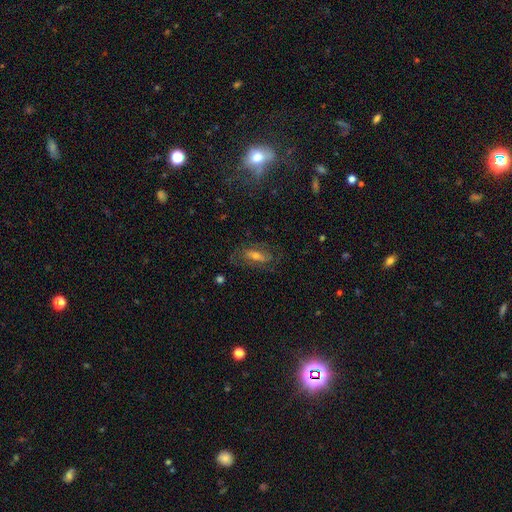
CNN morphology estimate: type=featured or disk (57%); edge-on=no (83%); merging=none (70%).